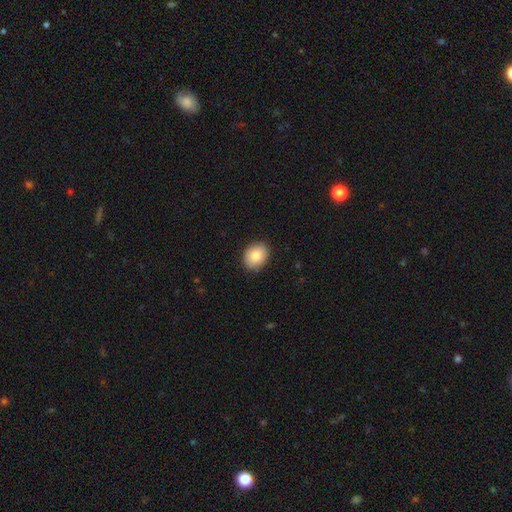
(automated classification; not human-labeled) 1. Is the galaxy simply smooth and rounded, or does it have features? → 86% smooth, 7% star or artifact, 7% featured or disk.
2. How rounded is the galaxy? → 50% in between, 49% round, 1% cigar-shaped.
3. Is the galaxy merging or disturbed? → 87% none, 10% minor disturbance, 2% major disturbance, 1% merger.